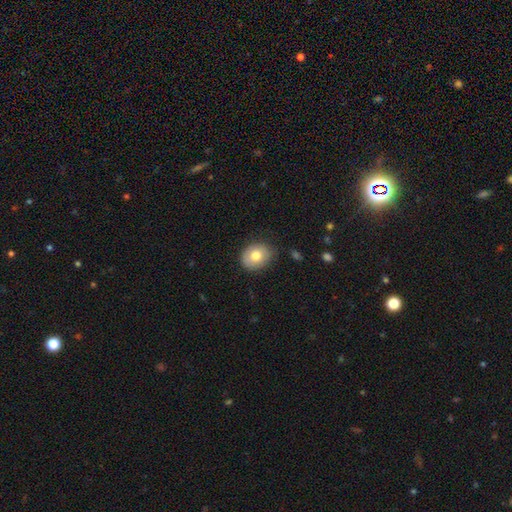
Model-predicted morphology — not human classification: Smooth or featured? Predicted: smooth (p=0.77). How rounded? Predicted: round (p=0.53). Merging? Predicted: none (p=0.80).